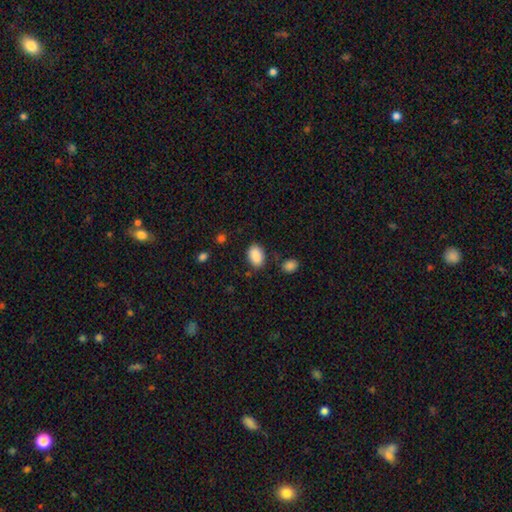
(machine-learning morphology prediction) Smooth or featured?
  - smooth: 89% *
  - star or artifact: 7%
  - featured or disk: 4%
How rounded?
  - in between: 88% *
  - round: 11%
  - cigar-shaped: 1%
Merging?
  - none: 79% *
  - minor disturbance: 14%
  - major disturbance: 4%
  - merger: 4%